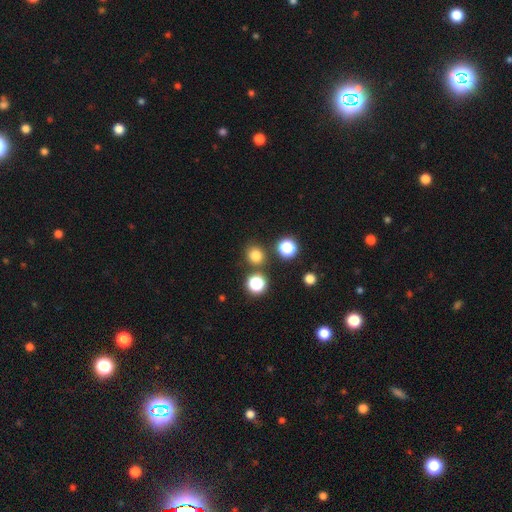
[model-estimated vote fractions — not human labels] This is likely a smooth galaxy (77%). How rounded: clearly round (87%). Merging: clearly none (81%).